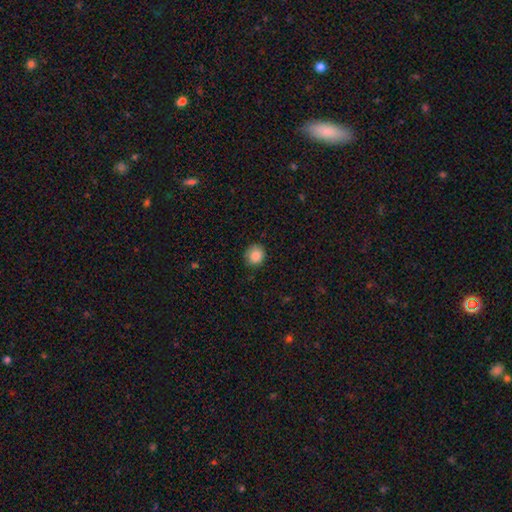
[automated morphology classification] Smooth or featured? Predicted: smooth (p=0.86). How rounded? Predicted: round (p=0.82). Merging? Predicted: none (p=0.84).